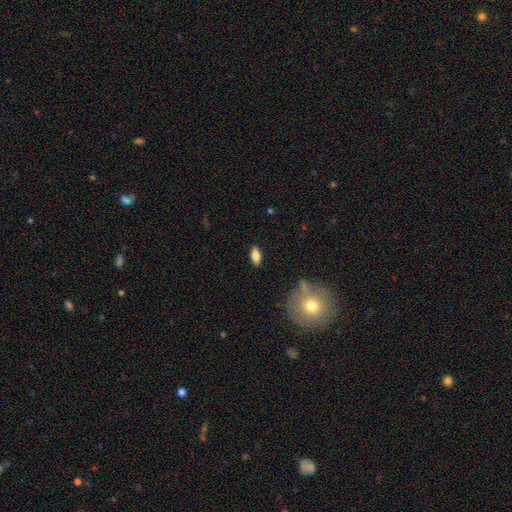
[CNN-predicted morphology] A smooth galaxy with no disk features (78%) that is in between round and cigar-shaped (82%).

Vote fractions:
- Smooth or featured? smooth: 78% / featured or disk: 15% / star or artifact: 8%
- How rounded? in between: 82% / cigar-shaped: 15% / round: 3%
- Merging? none: 86% / minor disturbance: 10% / major disturbance: 2% / merger: 1%